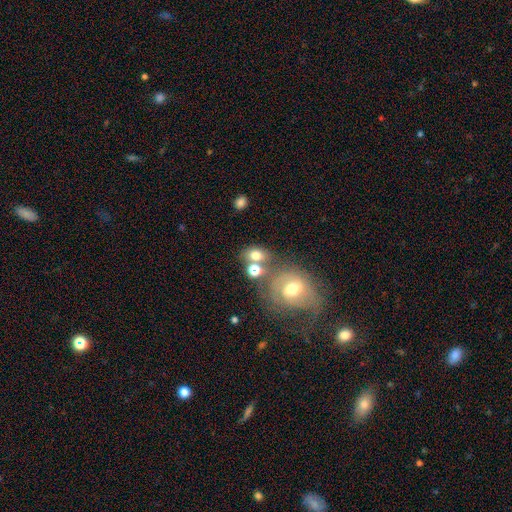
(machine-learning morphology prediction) Smooth or featured: smooth — 69% (featured or disk — 18%)
How rounded: in between — 54% (round — 44%)
Merging: none — 47% (merger — 31%)